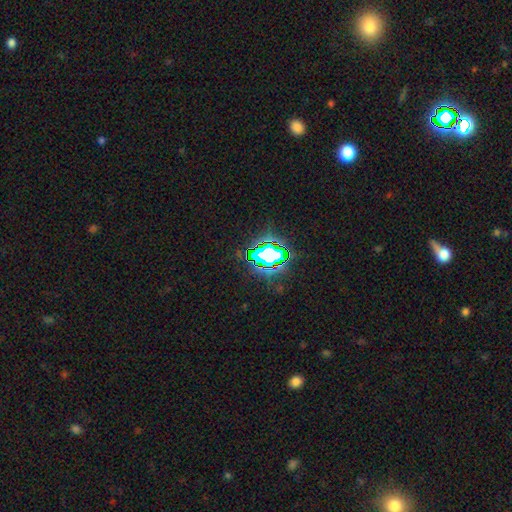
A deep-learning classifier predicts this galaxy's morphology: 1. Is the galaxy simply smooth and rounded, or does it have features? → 79% star or artifact, 13% smooth, 8% featured or disk.